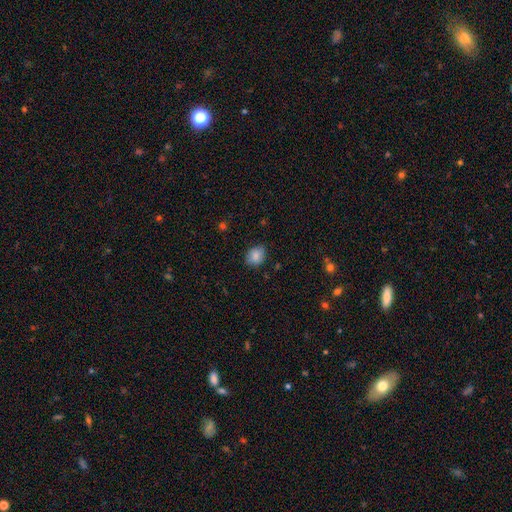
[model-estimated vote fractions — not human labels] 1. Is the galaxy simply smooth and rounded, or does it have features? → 85% smooth, 8% star or artifact, 7% featured or disk.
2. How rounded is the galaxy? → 56% in between, 43% round, 1% cigar-shaped.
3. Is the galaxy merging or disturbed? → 77% none, 19% minor disturbance, 3% major disturbance, 1% merger.